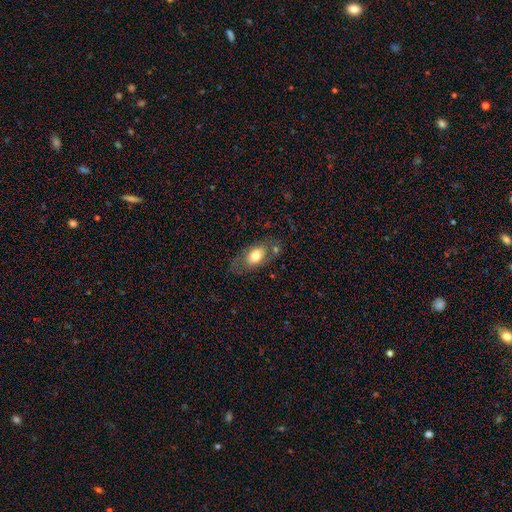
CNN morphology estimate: Smooth or featured?
  - smooth: 66% *
  - featured or disk: 27%
  - star or artifact: 7%
How rounded?
  - in between: 85% *
  - round: 11%
  - cigar-shaped: 4%
Merging?
  - none: 66% *
  - minor disturbance: 19%
  - major disturbance: 10%
  - merger: 5%